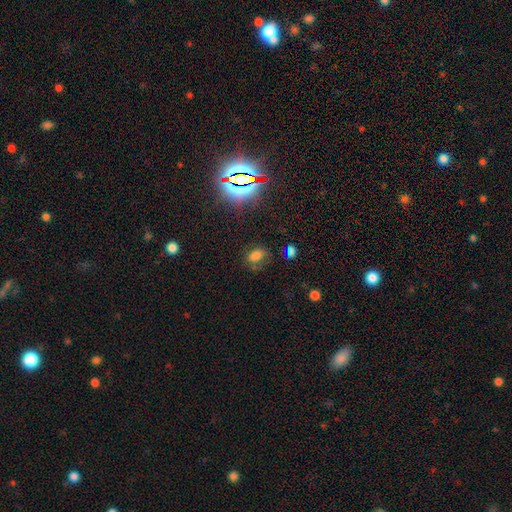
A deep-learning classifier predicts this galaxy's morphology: Overall: smooth (65%; star or artifact 26%). How rounded: in between (81%). Merging: none (68%).